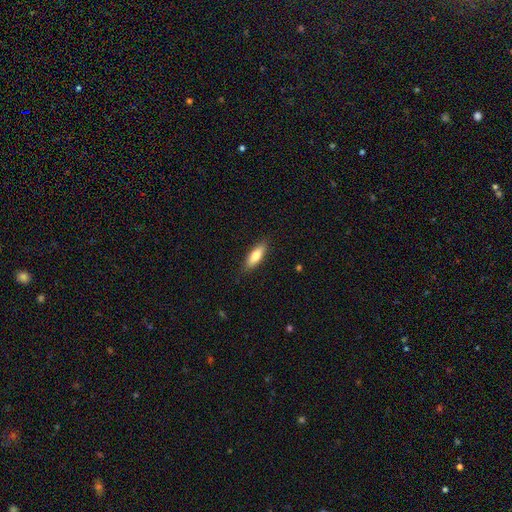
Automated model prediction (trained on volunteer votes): smooth-or-featured: smooth: 75% | featured or disk: 18% | star or artifact: 6%
  how-rounded: in between: 57% | cigar-shaped: 41% | round: 2%
  merging: none: 87% | minor disturbance: 10% | major disturbance: 2% | merger: 1%